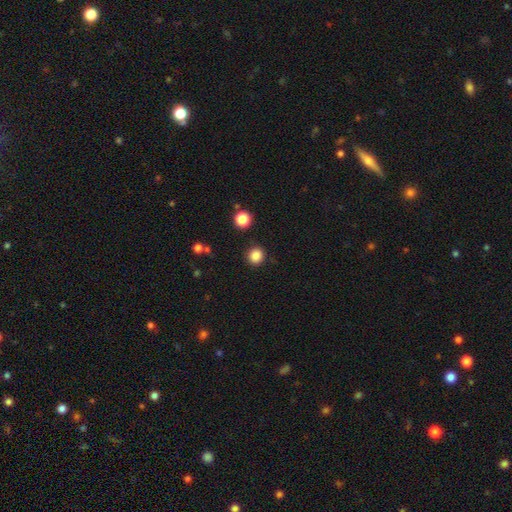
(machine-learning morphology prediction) Q: Smooth or featured?
A: smooth (86%); runner-up: star or artifact (11%)
Q: How rounded?
A: round (89%); runner-up: in between (10%)
Q: Merging?
A: none (89%); runner-up: minor disturbance (7%)